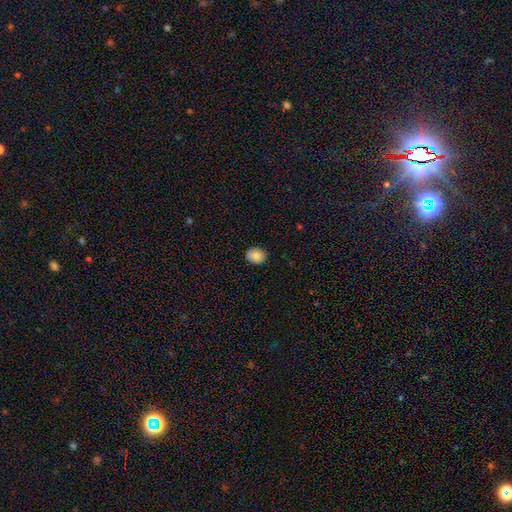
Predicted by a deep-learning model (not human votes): The model was most divided on "how rounded": round: 63%, in between: 36%, cigar-shaped: 1%. More confident: smooth or featured — smooth (86%); merging — none (84%).